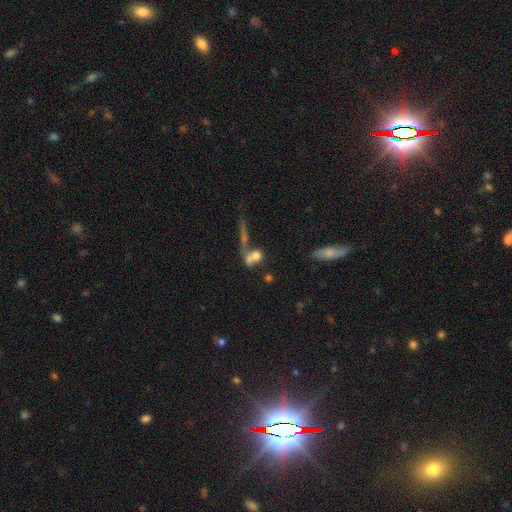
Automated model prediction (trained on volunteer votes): Morphology: type=smooth (63%); roundness=round (51%); merging=merger (52%).